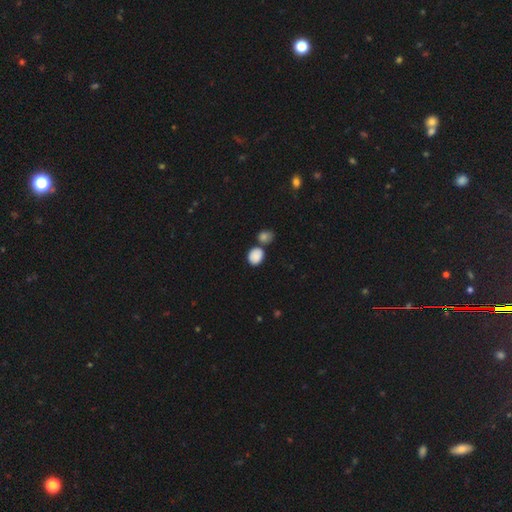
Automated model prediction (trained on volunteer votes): This appears to be a smooth galaxy with no disk features (86%) that is round (52%). Merging: none (59%).